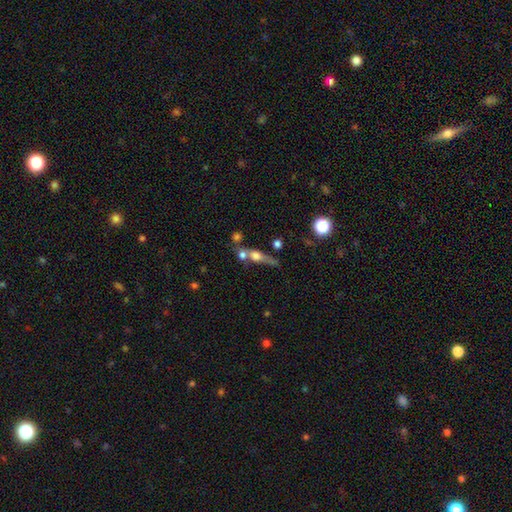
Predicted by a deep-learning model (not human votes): This is possibly a smooth galaxy (51%). How rounded: marginally cigar-shaped (39%). Merging: marginally merger (43%).